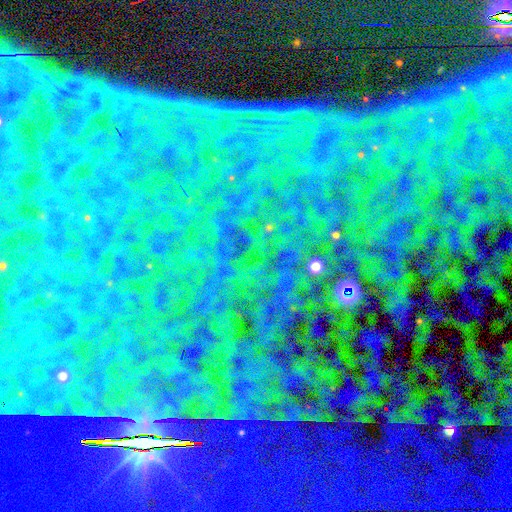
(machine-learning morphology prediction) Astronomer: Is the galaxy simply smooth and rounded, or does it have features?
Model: star or artifact — 86%.